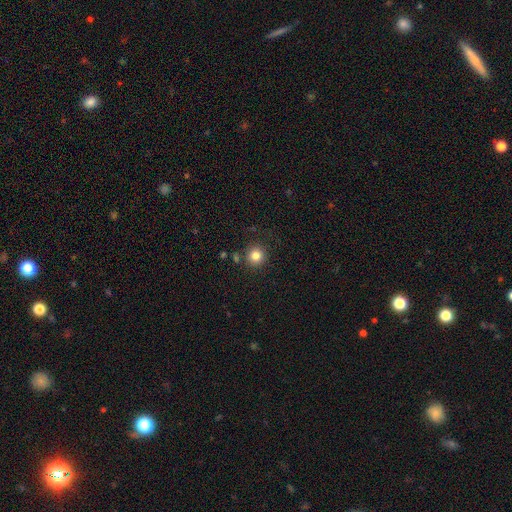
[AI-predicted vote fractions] Overall: smooth (83%). How rounded: round (94%). Merging: none (86%).